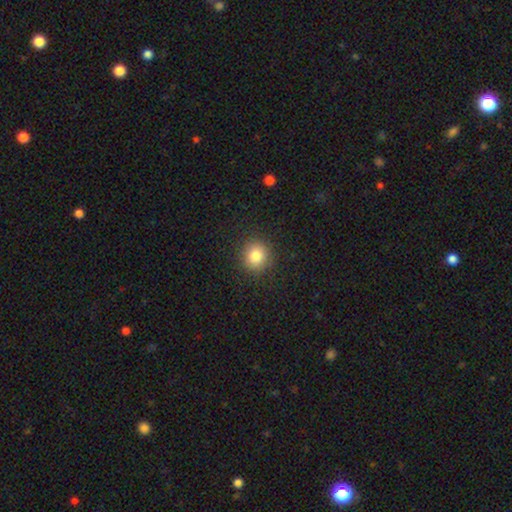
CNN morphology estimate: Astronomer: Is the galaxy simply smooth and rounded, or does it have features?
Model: smooth — 83%.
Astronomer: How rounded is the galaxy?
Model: round — 89%.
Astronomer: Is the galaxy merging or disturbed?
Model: none — 90%.